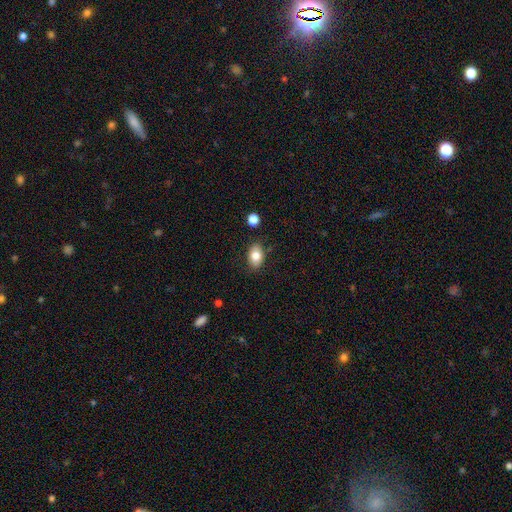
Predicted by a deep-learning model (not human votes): The model was most divided on "how rounded": in between: 84%, round: 15%, cigar-shaped: 1%. More confident: merging — none (82%); smooth or featured — smooth (82%).